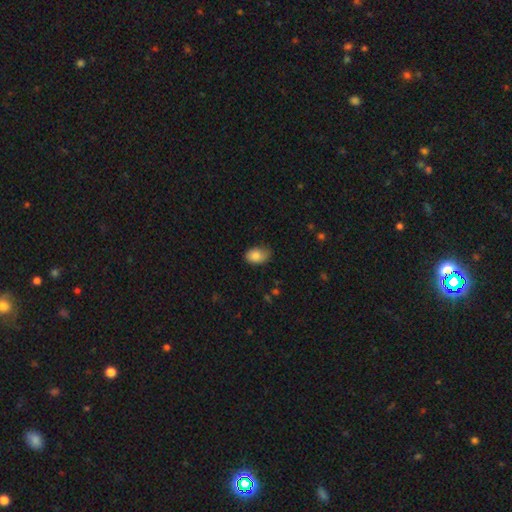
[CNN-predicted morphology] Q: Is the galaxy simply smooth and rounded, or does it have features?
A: smooth — 83%.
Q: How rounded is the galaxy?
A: in between — 85%.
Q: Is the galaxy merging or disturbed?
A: none — 61%.